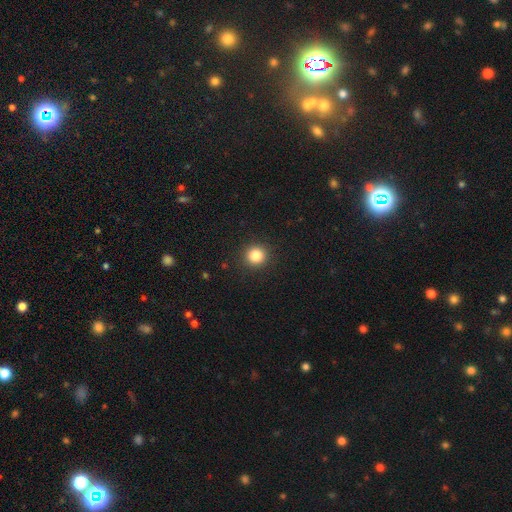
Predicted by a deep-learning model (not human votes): Smooth or featured? Predicted: smooth (p=0.84). How rounded? Predicted: round (p=0.93). Merging? Predicted: none (p=0.92).